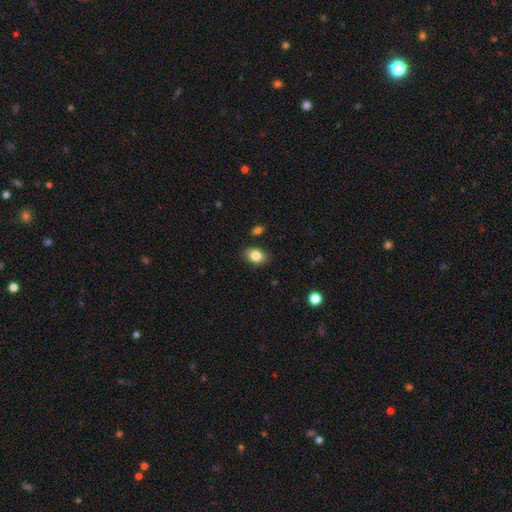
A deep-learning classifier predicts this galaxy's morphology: This appears to be a smooth galaxy with no disk features (84%) that is in between round and cigar-shaped (77%). Merging: none (85%).